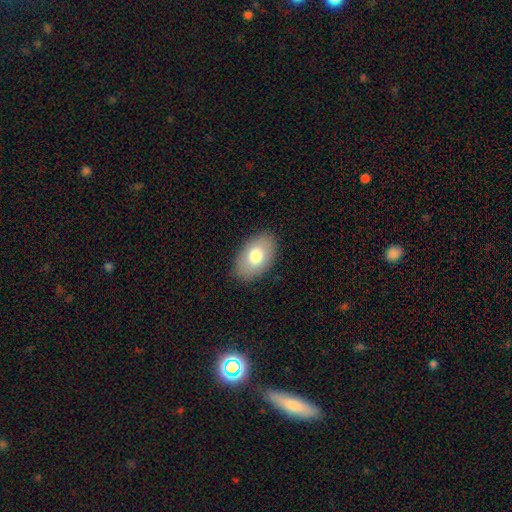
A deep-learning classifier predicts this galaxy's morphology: type=smooth (77%); roundness=in between (92%); merging=none (86%).